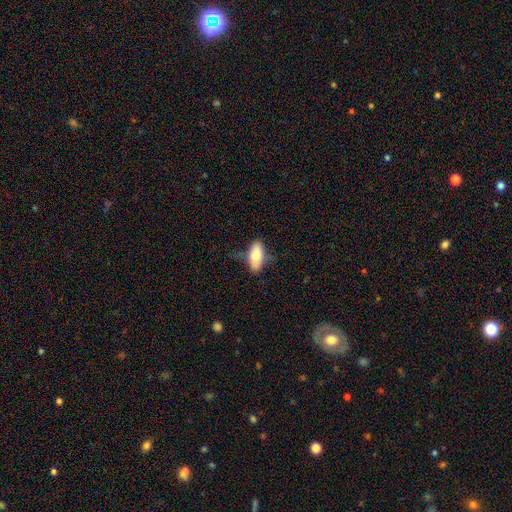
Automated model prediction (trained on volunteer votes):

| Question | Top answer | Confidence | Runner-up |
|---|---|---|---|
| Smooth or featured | smooth | 73% | featured or disk (21%) |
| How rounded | in between | 78% | cigar-shaped (20%) |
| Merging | none | 65% | minor disturbance (25%) |